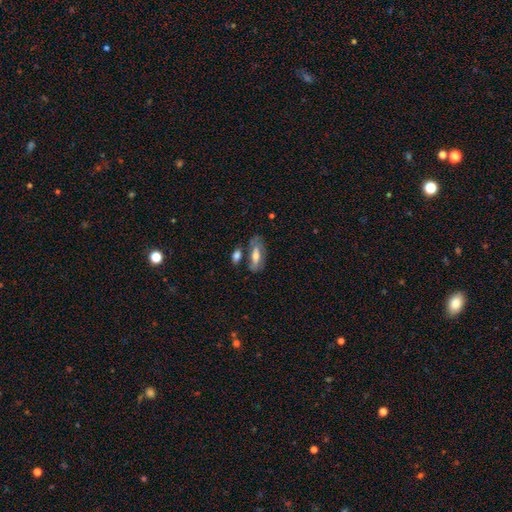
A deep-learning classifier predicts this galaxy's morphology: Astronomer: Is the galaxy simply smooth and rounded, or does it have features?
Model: smooth — 51% (runner-up: featured or disk, 41%).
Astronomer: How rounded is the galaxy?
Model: in between — 74%.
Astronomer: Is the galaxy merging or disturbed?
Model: none — 56%.